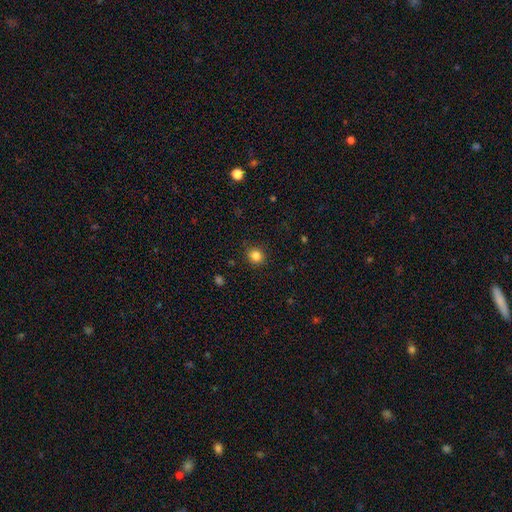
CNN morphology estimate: Smooth or featured?
  - smooth: 84% *
  - star or artifact: 12%
  - featured or disk: 4%
How rounded?
  - round: 88% *
  - in between: 11%
  - cigar-shaped: 1%
Merging?
  - none: 90% *
  - minor disturbance: 7%
  - major disturbance: 2%
  - merger: 1%